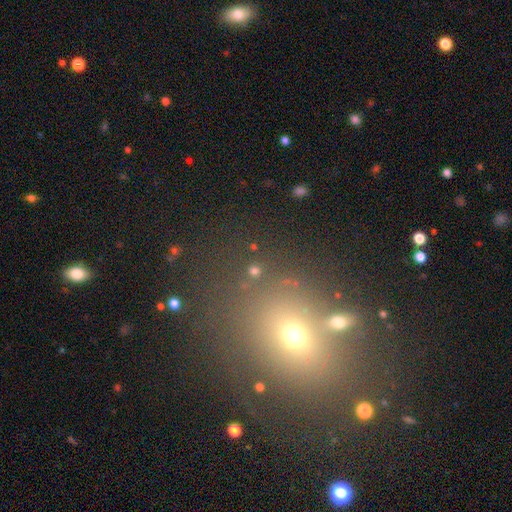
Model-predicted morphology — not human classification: A smooth galaxy with no disk features (53%) that is in between round and cigar-shaped (53%).

Vote fractions:
- Smooth or featured? smooth: 53% / star or artifact: 33% / featured or disk: 13%
- How rounded? in between: 53% / round: 46% / cigar-shaped: 2%
- Merging? none: 77% / minor disturbance: 10% / merger: 7% / major disturbance: 6%